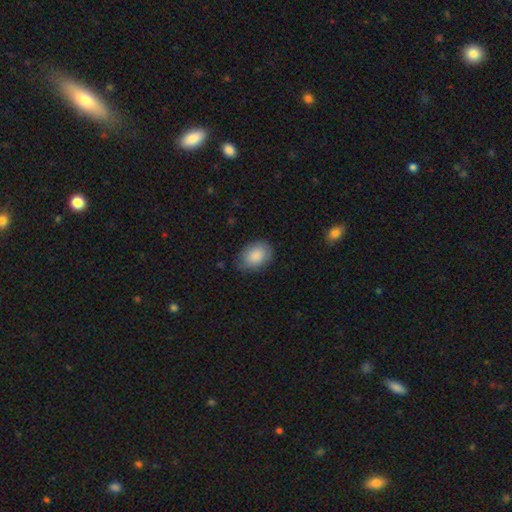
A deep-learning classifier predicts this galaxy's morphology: smooth-or-featured: smooth: 87% | featured or disk: 6% | star or artifact: 6%
  how-rounded: in between: 75% | round: 24% | cigar-shaped: 1%
  merging: none: 73% | minor disturbance: 21% | major disturbance: 4% | merger: 1%